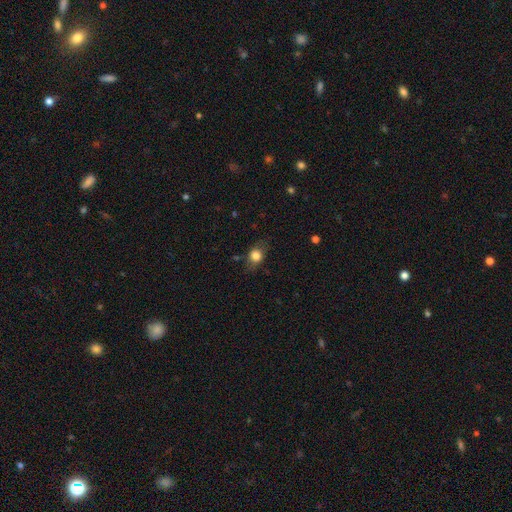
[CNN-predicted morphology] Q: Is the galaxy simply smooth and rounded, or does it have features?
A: smooth — 75%.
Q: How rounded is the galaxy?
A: in between — 56%.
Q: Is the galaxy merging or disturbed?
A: none — 72%.